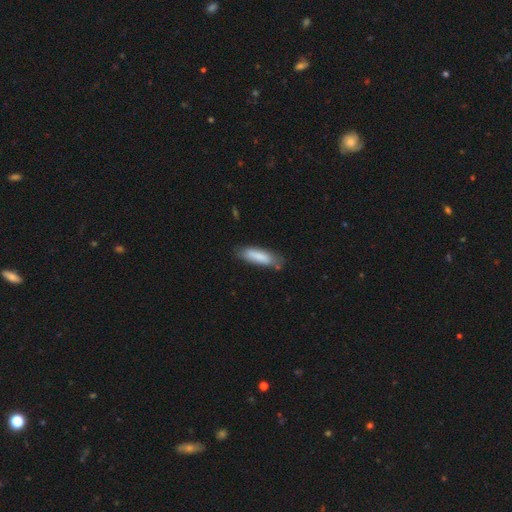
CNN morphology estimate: The model was most divided on "how rounded": cigar-shaped: 55%, in between: 44%, round: 1%. More confident: smooth or featured — smooth (82%); merging — none (71%).